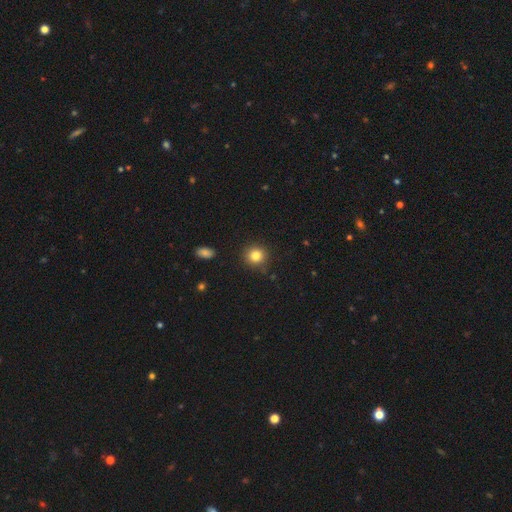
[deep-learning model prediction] smooth-or-featured: smooth: 83% | star or artifact: 11% | featured or disk: 6%
  how-rounded: round: 90% | in between: 9% | cigar-shaped: 1%
  merging: none: 88% | minor disturbance: 8% | major disturbance: 2% | merger: 2%